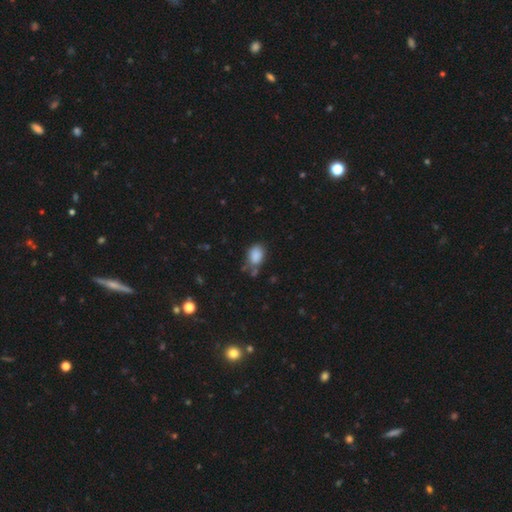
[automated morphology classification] smooth 86%, star or artifact 9%, featured or disk 5%. Down the decision tree: how rounded — in between (76%); merging — none (61%).